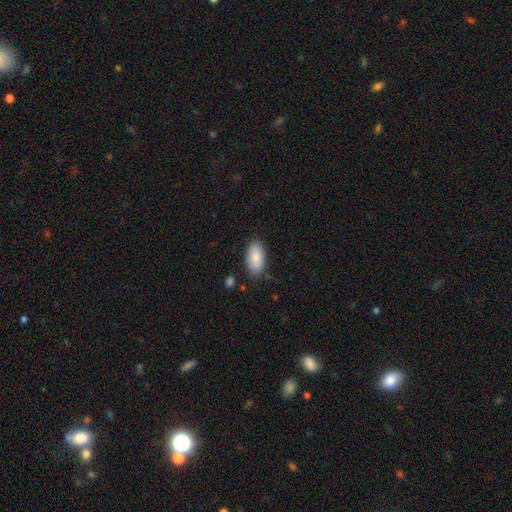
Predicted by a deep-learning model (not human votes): A smooth galaxy with no disk features (86%) that is in between round and cigar-shaped (94%). Merging: none (82%).